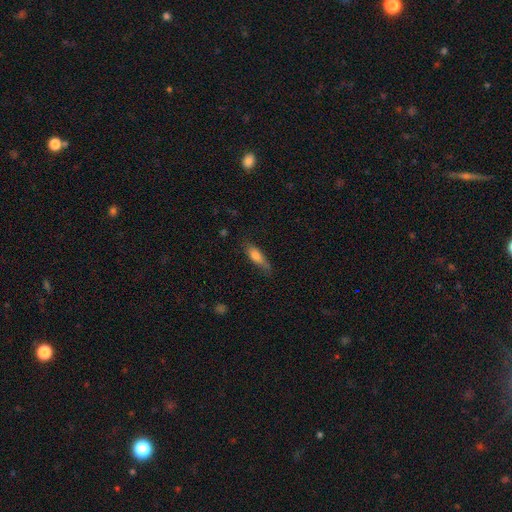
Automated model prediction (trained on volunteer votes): This appears to be a smooth galaxy with no disk features (71%) that is cigar-shaped (49%, tied with in between). Merging: none (65%).